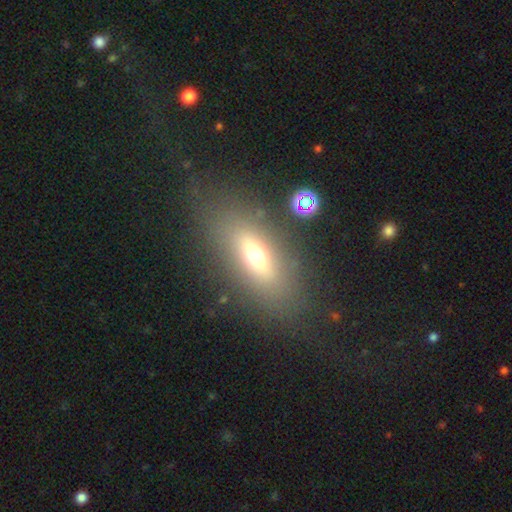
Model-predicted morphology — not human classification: This appears to be a smooth galaxy with no disk features (56%) that is in between round and cigar-shaped (69%). Merging: none (76%).